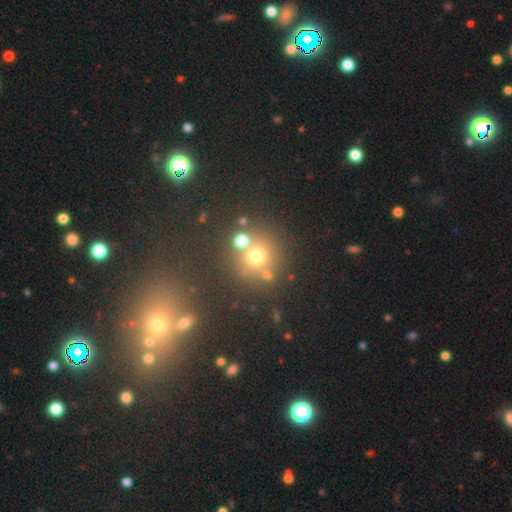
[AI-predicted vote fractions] Smooth or featured?
  - smooth: 64% *
  - star or artifact: 24%
  - featured or disk: 12%
How rounded?
  - round: 90% *
  - in between: 9%
  - cigar-shaped: 1%
Merging?
  - none: 67% *
  - merger: 18%
  - minor disturbance: 9%
  - major disturbance: 5%